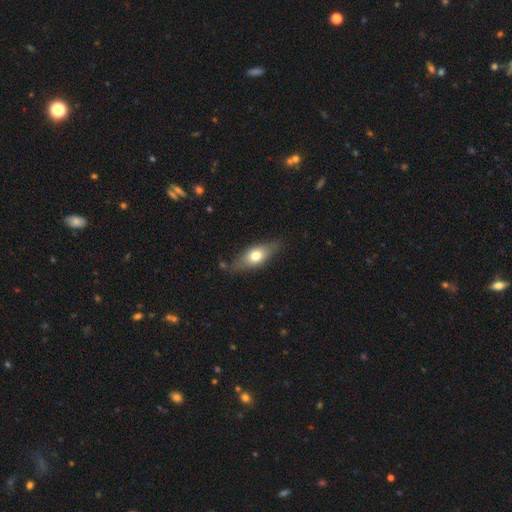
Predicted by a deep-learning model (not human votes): Q: Smooth or featured?
A: smooth (63%); runner-up: featured or disk (31%)
Q: How rounded?
A: in between (72%); runner-up: cigar-shaped (22%)
Q: Merging?
A: none (77%); runner-up: minor disturbance (17%)